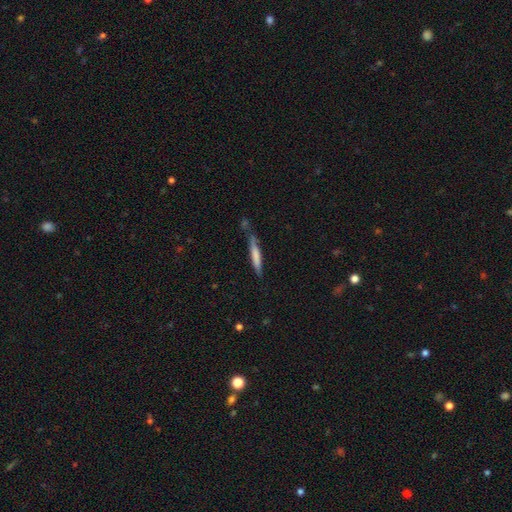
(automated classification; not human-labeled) Q: Smooth or featured?
A: smooth (66%); runner-up: featured or disk (28%)
Q: How rounded?
A: cigar-shaped (94%); runner-up: in between (5%)
Q: Merging?
A: none (67%); runner-up: minor disturbance (22%)